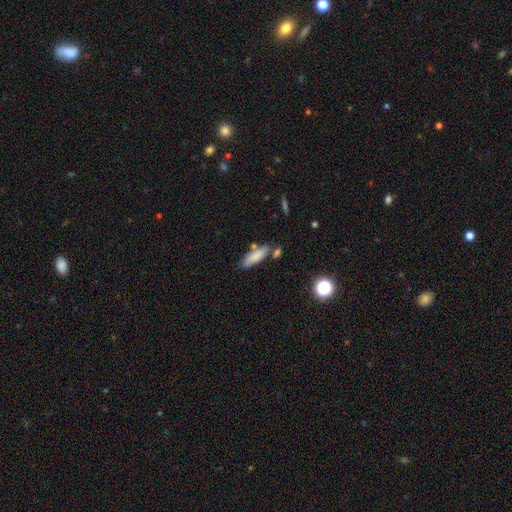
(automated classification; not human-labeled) The model was most divided on "how rounded": in between: 53%, cigar-shaped: 45%, round: 2%. More confident: smooth or featured — smooth (80%); merging — none (64%).